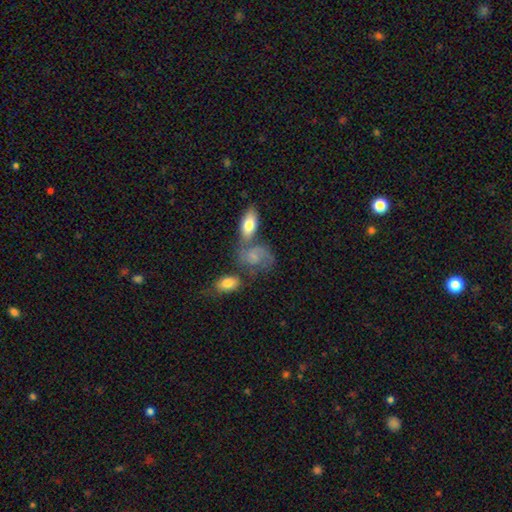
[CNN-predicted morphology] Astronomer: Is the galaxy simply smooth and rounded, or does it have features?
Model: featured or disk — 45%, tied with smooth at 45%.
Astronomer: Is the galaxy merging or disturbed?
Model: none — 37% (runner-up: merger, 28%).